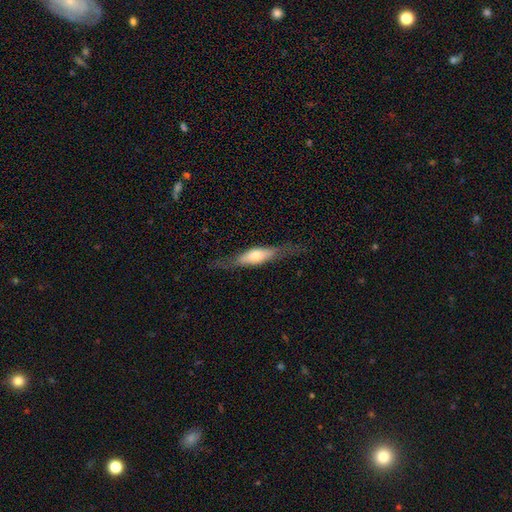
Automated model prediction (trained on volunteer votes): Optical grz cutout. It shows a featured or disk galaxy (56%) viewed edge-on (83%). Merging: none (73%).